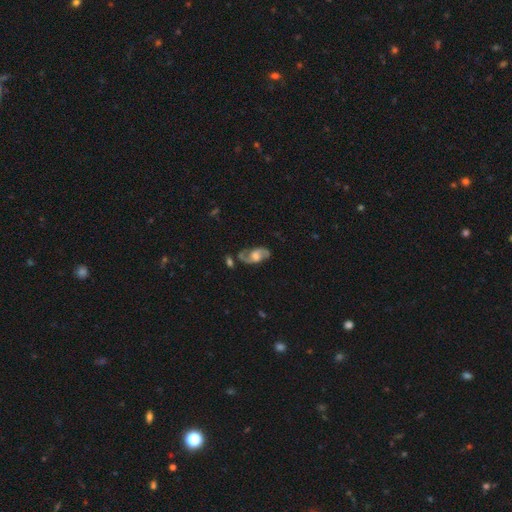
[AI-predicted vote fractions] Smooth or featured? Predicted: featured or disk (p=0.85). Edge-on disk? Predicted: no (p=0.96). Bar? Predicted: no (p=0.48). Spiral arms? Predicted: yes (p=0.95). Spiral winding? Predicted: medium (p=0.51). Spiral arm count? Predicted: 2 (p=0.91). Bulge size? Predicted: moderate (p=0.54). Merging? Predicted: none (p=0.69).